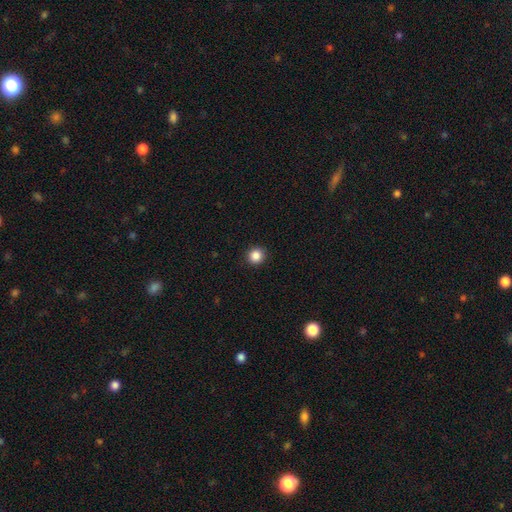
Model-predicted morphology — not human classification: smooth_or_featured: smooth (p=0.86) [alt: star or artifact p=0.11]
how_rounded: round (p=0.92) [alt: in between p=0.07]
merging: none (p=0.92) [alt: minor disturbance p=0.05]